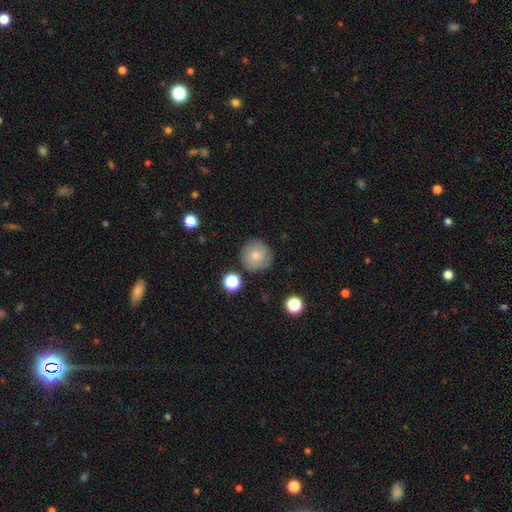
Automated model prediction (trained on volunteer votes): Smooth or featured: smooth — 73% (featured or disk — 18%)
How rounded: round — 94% (in between — 5%)
Merging: none — 81% (minor disturbance — 12%)